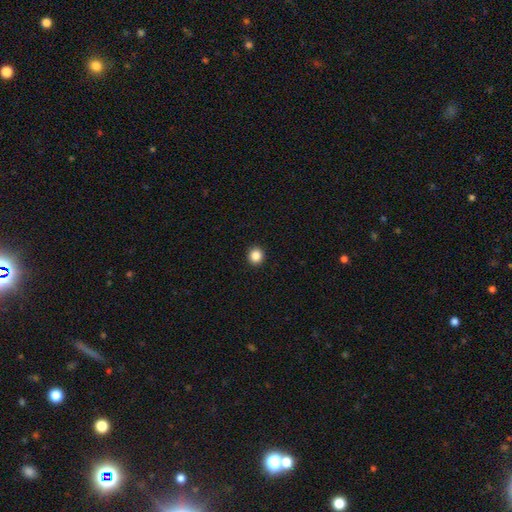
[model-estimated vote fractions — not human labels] Q: Smooth or featured?
A: smooth (86%); runner-up: star or artifact (11%)
Q: How rounded?
A: round (92%); runner-up: in between (7%)
Q: Merging?
A: none (94%); runner-up: minor disturbance (4%)